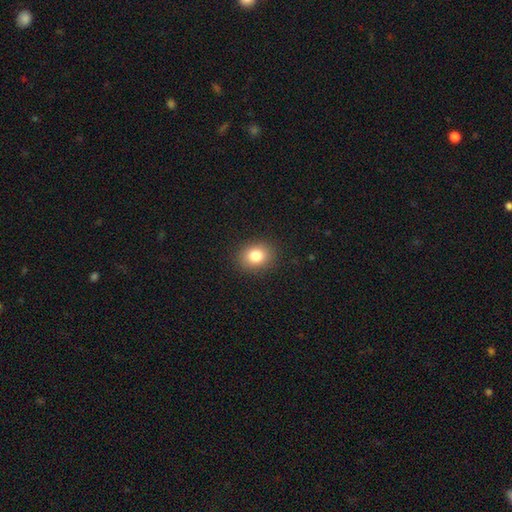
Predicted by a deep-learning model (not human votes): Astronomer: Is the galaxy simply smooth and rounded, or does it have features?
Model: smooth — 82%.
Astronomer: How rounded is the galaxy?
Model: round — 53% (runner-up: in between, 46%).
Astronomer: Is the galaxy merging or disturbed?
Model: none — 89%.